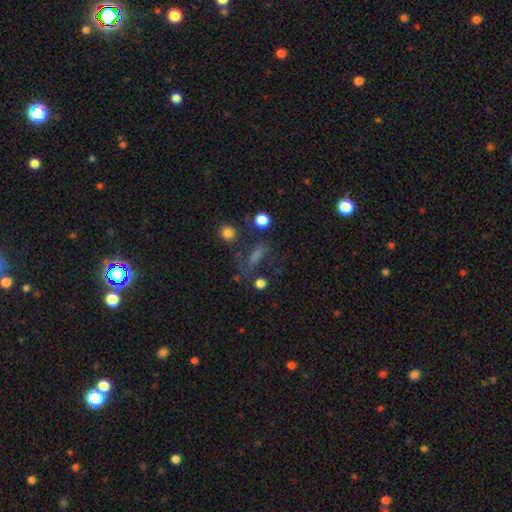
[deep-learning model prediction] smooth 43%, star or artifact 32%, featured or disk 26%. Down the decision tree: merging — none (52%).